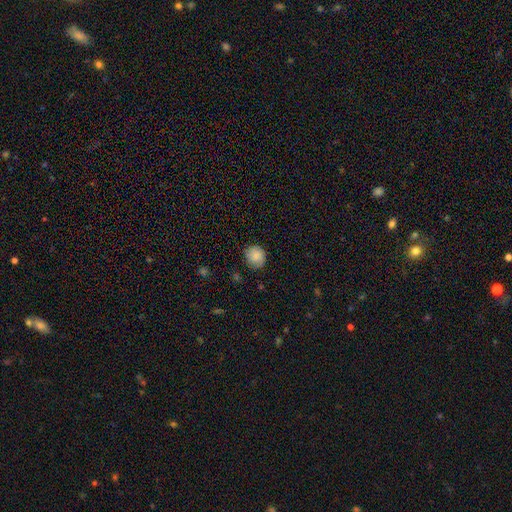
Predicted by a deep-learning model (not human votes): This appears to be a smooth galaxy with no disk features (83%) that is round (81%). Merging: none (78%).